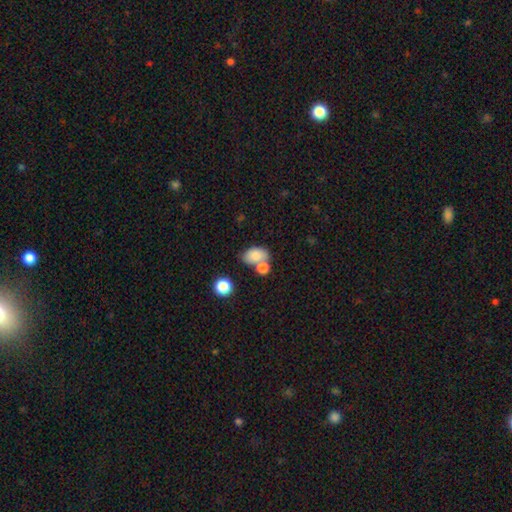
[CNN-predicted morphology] Overall: smooth (81%). How rounded: in between (84%). Merging: none (50%; merger 32%).